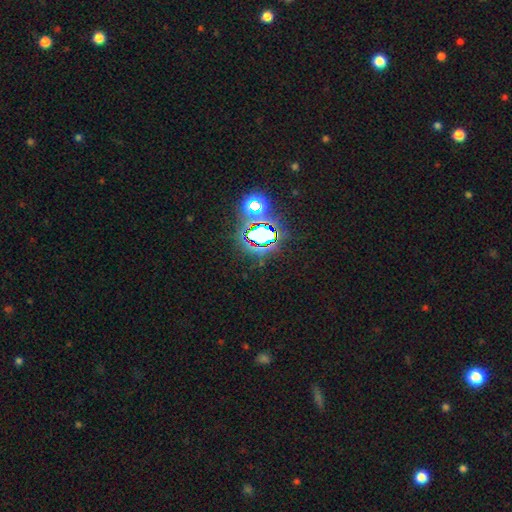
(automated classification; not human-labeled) A star or artifact, not a galaxy (79%).